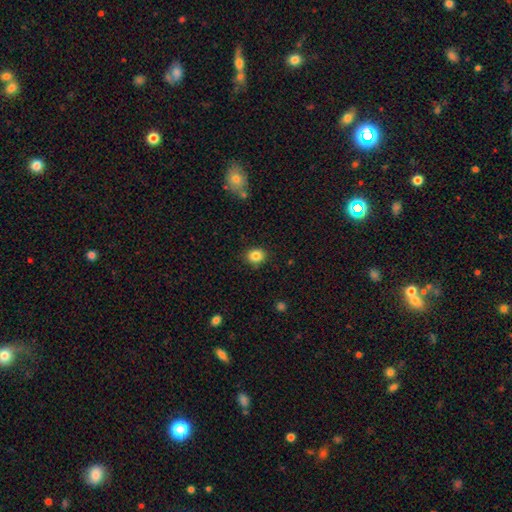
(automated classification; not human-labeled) A smooth galaxy with no disk features (84%) that is round (71%). Merging: none (87%).